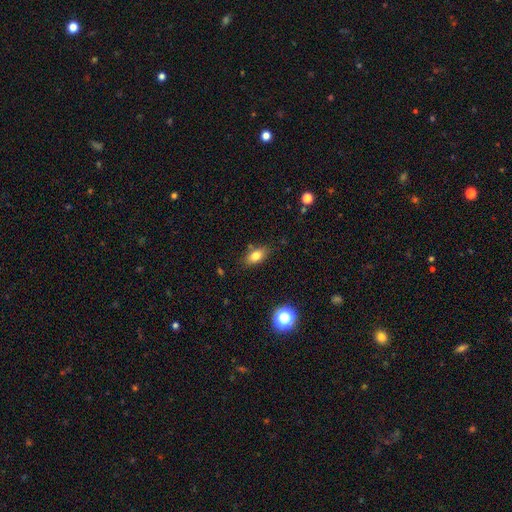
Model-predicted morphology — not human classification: Smooth or featured: smooth — 80% (star or artifact — 10%)
How rounded: in between — 85% (round — 10%)
Merging: none — 81% (minor disturbance — 13%)